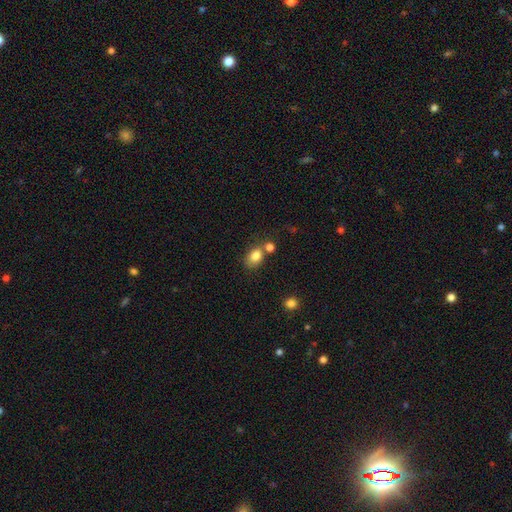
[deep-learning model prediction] A smooth galaxy with no disk features (82%) that is in between round and cigar-shaped (65%).

Vote fractions:
- Smooth or featured? smooth: 82% / star or artifact: 10% / featured or disk: 8%
- How rounded? in between: 65% / round: 34% / cigar-shaped: 1%
- Merging? none: 56% / merger: 24% / minor disturbance: 15% / major disturbance: 5%